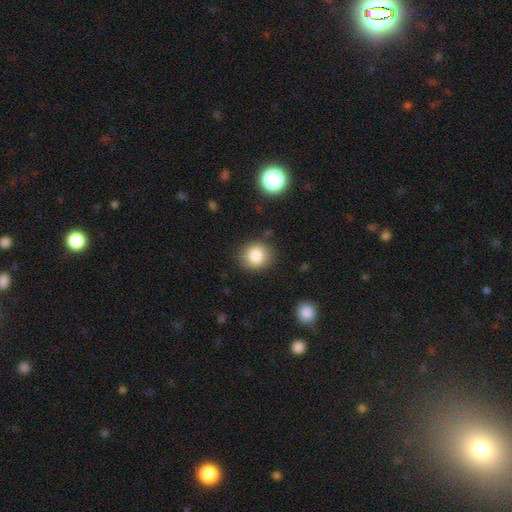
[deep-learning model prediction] smooth 84%, star or artifact 10%, featured or disk 7%. Down the decision tree: how rounded — round (86%); merging — none (87%).